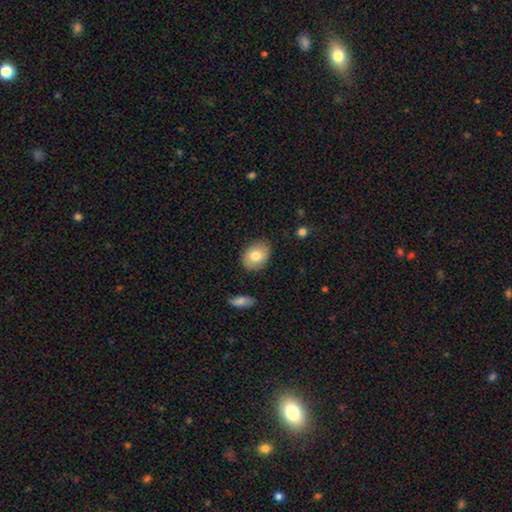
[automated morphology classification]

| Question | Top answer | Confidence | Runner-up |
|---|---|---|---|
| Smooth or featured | smooth | 75% | featured or disk (17%) |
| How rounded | in between | 59% | round (40%) |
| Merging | none | 84% | minor disturbance (12%) |